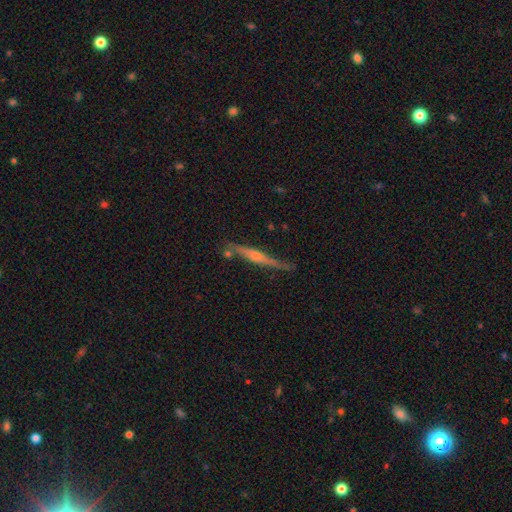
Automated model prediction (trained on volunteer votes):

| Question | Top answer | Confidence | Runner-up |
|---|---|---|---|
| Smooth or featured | featured or disk | 75% | smooth (18%) |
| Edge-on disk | yes | 97% | no (3%) |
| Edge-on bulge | rounded | 78% | none (14%) |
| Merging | none | 79% | minor disturbance (14%) |